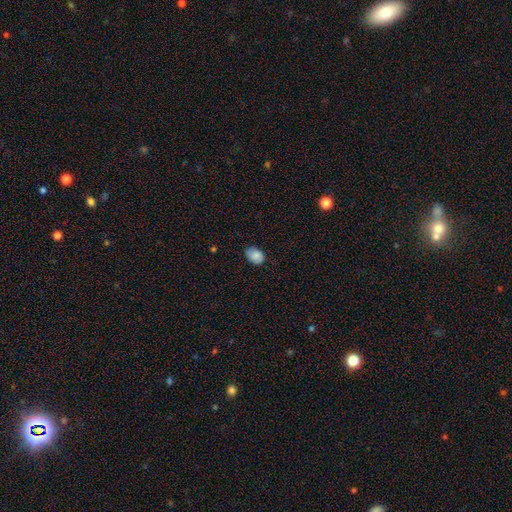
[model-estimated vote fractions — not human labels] smooth_or_featured: smooth (p=0.85) [alt: star or artifact p=0.08]
how_rounded: in between (p=0.76) [alt: round p=0.23]
merging: none (p=0.74) [alt: minor disturbance p=0.22]